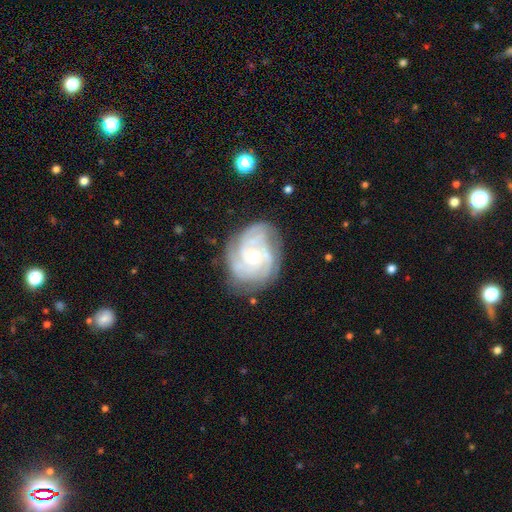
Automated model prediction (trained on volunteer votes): A featured or disk galaxy (85%) with no bar (68%), 3 (25%, tied with 4) tight (72%) spiral arms (97%) and a moderate central bulge (53%). Merging: none (78%).